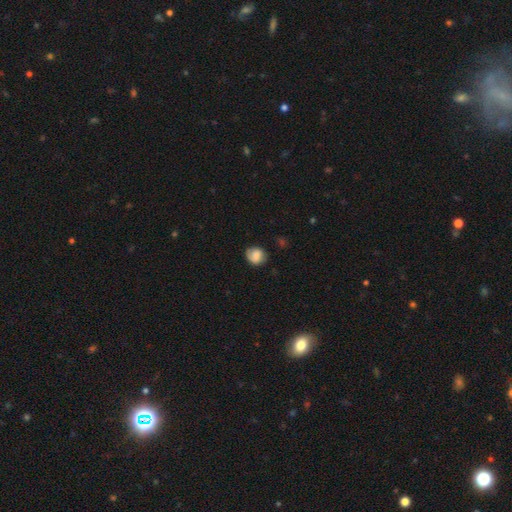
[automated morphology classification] smooth-or-featured: smooth: 78% | featured or disk: 14% | star or artifact: 8%
  how-rounded: round: 71% | in between: 28% | cigar-shaped: 1%
  merging: none: 72% | minor disturbance: 21% | major disturbance: 5% | merger: 1%